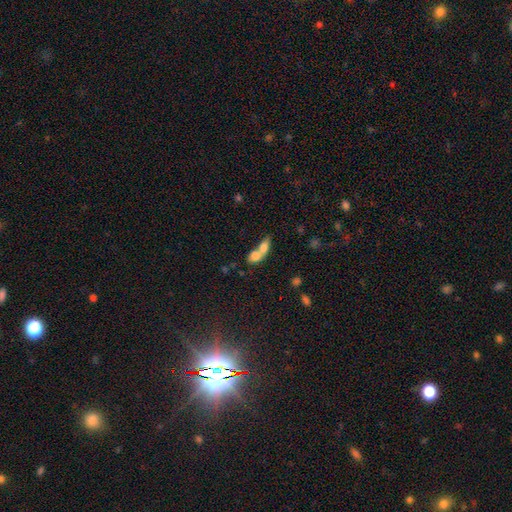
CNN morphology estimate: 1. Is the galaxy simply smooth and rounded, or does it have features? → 72% smooth, 18% featured or disk, 9% star or artifact.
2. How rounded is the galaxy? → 65% in between, 29% round, 6% cigar-shaped.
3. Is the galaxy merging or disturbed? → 77% merger, 14% none, 5% minor disturbance, 4% major disturbance.